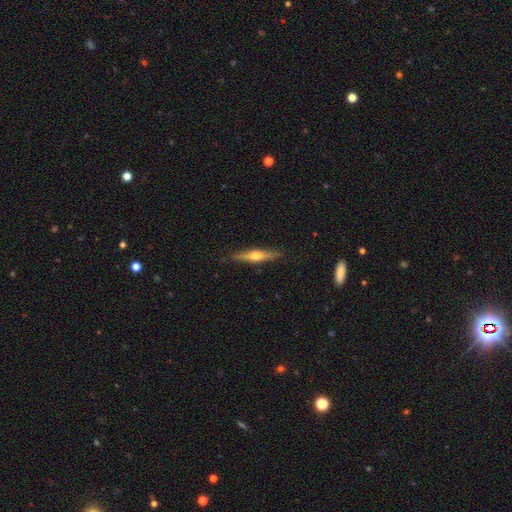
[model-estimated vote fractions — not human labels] smooth-or-featured: featured or disk: 65% | smooth: 29% | star or artifact: 6%
  disk-edge-on: yes: 96% | no: 4%
    edge-on-bulge: rounded: 93% | none: 4% | boxy: 3%
  merging: none: 88% | minor disturbance: 9% | major disturbance: 2% | merger: 1%